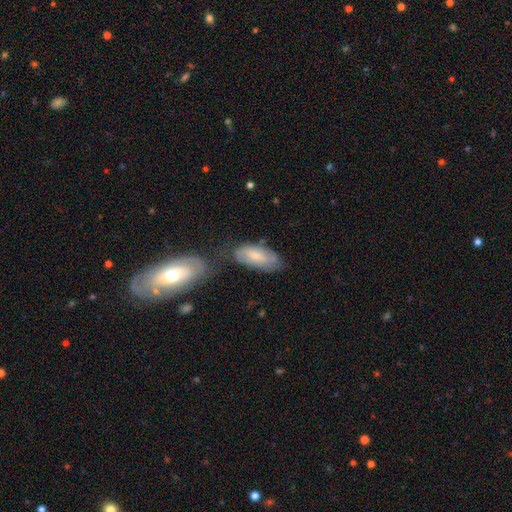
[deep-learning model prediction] smooth_or_featured: smooth (p=0.63) [alt: featured or disk p=0.31]
how_rounded: in between (p=0.86) [alt: cigar-shaped p=0.12]
merging: none (p=0.51) [alt: minor disturbance p=0.23]